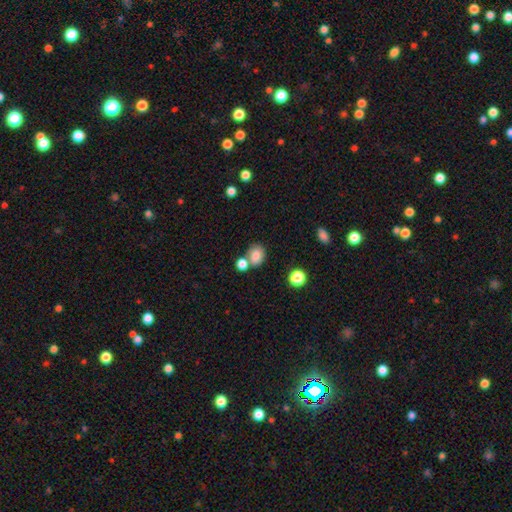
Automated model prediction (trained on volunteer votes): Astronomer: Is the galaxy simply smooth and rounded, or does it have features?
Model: smooth — 81%.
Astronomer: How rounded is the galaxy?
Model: round — 50% (runner-up: in between, 49%).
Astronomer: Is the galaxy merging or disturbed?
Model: none — 56%.